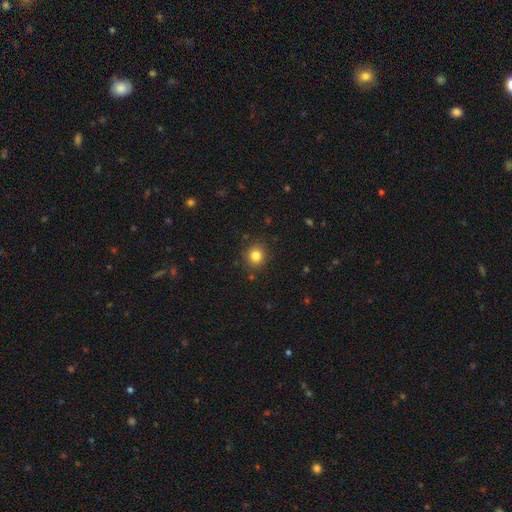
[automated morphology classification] This is clearly a smooth galaxy (82%). How rounded: clearly round (85%). Merging: clearly none (88%).